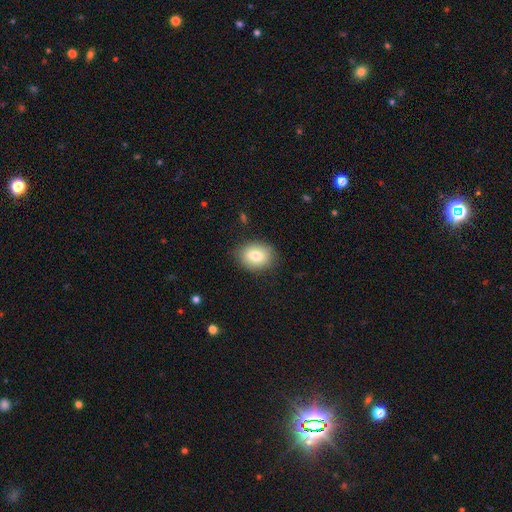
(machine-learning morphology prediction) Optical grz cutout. It shows a smooth galaxy with no disk features (79%) that is in between round and cigar-shaped (62%). Merging: none (84%).